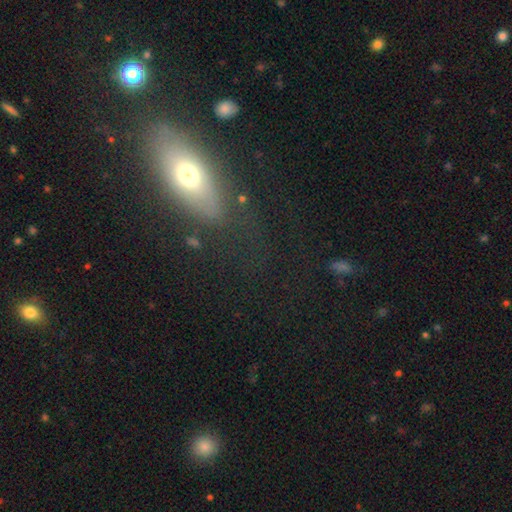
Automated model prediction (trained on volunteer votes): Q: Smooth or featured?
A: smooth (52%); runner-up: featured or disk (35%)
Q: How rounded?
A: in between (68%); runner-up: cigar-shaped (22%)
Q: Merging?
A: none (73%); runner-up: minor disturbance (15%)